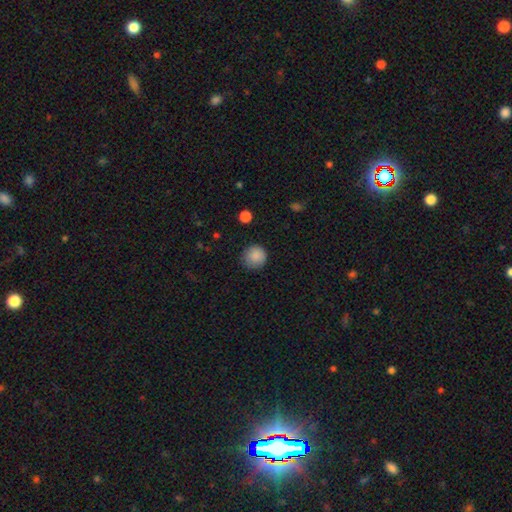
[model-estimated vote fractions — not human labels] The model was most divided on "merging": none: 84%, minor disturbance: 12%, major disturbance: 3%, merger: 1%. More confident: how rounded — round (93%); smooth or featured — smooth (87%).